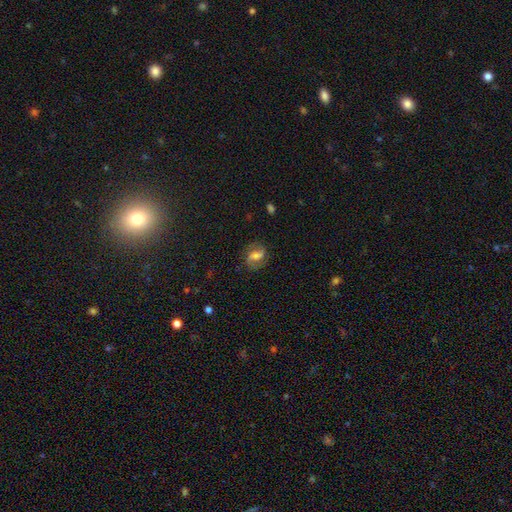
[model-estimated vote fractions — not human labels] Smooth or featured? Predicted: featured or disk (p=0.63). Edge-on disk? Predicted: no (p=0.96). Bar? Predicted: weak (p=0.43). Spiral arms? Predicted: yes (p=0.90). Spiral winding? Predicted: medium (p=0.46). Spiral arm count? Predicted: 2 (p=0.88). Bulge size? Predicted: moderate (p=0.46). Merging? Predicted: none (p=0.78).